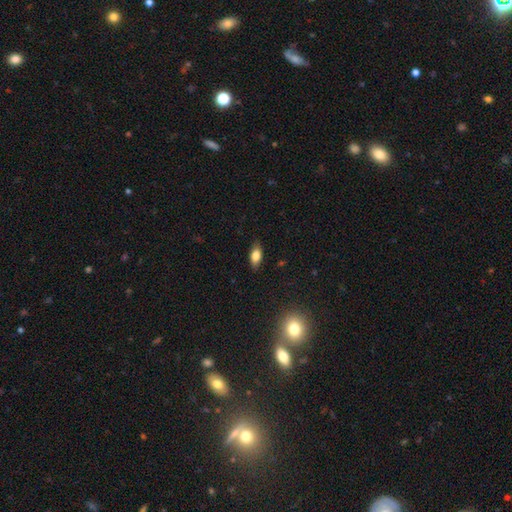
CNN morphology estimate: This appears to be a smooth galaxy with no disk features (75%) that is in between round and cigar-shaped (83%). Merging: none (84%).